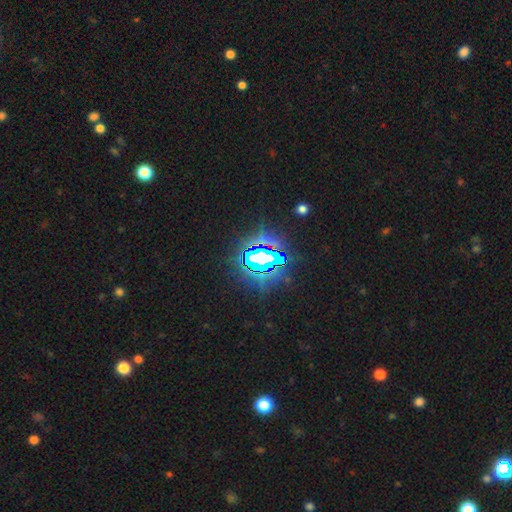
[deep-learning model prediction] Smooth or featured: star or artifact — 82% (smooth — 10%)